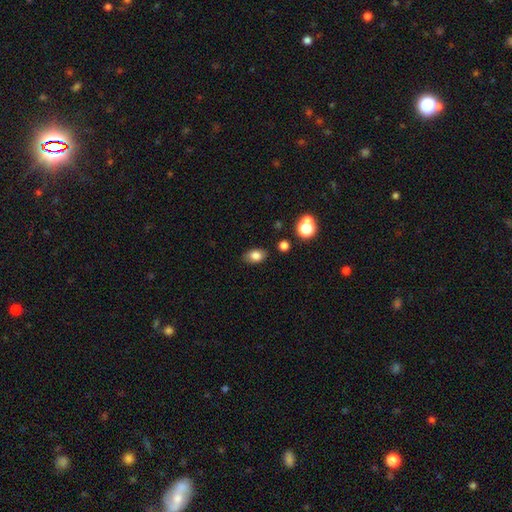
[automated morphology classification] This appears to be a smooth galaxy with no disk features (81%) that is in between round and cigar-shaped (83%). Merging: none (83%).